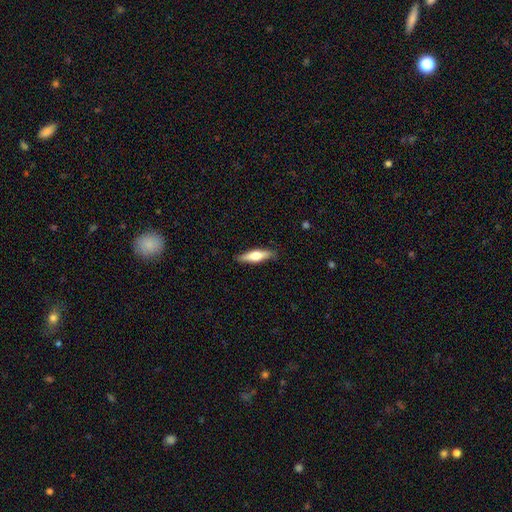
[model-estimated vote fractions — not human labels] This is possibly a smooth galaxy (54%). How rounded: likely cigar-shaped (65%). Merging: clearly none (87%).